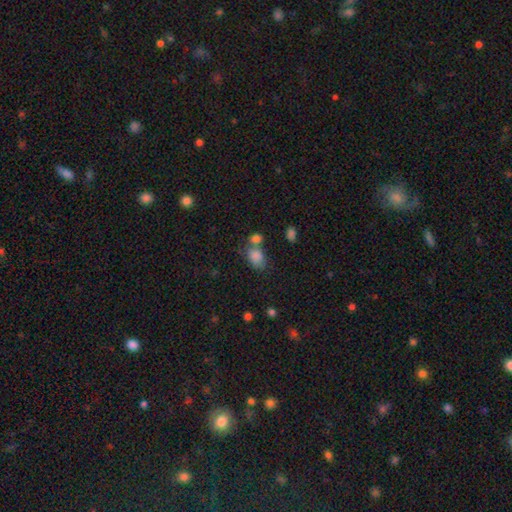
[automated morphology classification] Overall: smooth (82%). How rounded: in between (77%). Merging: none (43%; merger 32%).